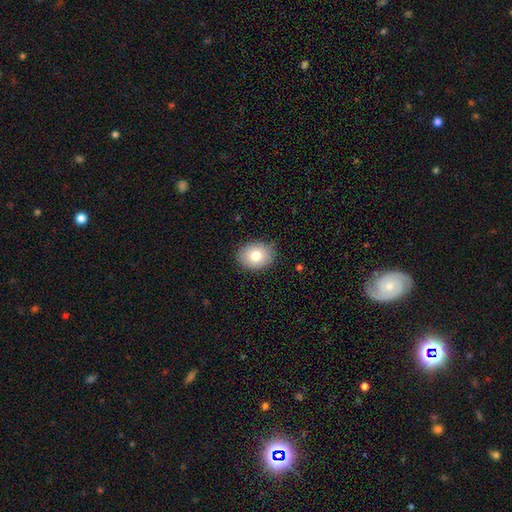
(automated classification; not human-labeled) This appears to be a smooth galaxy with no disk features (78%) that is round (52%). Merging: none (83%).